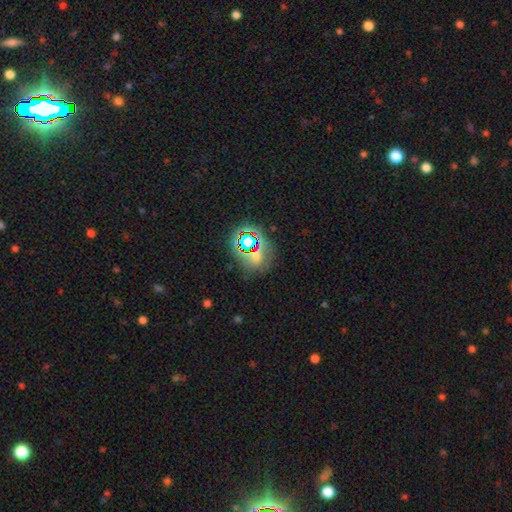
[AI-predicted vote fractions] Smooth or featured: star or artifact — 47% (smooth — 39%)